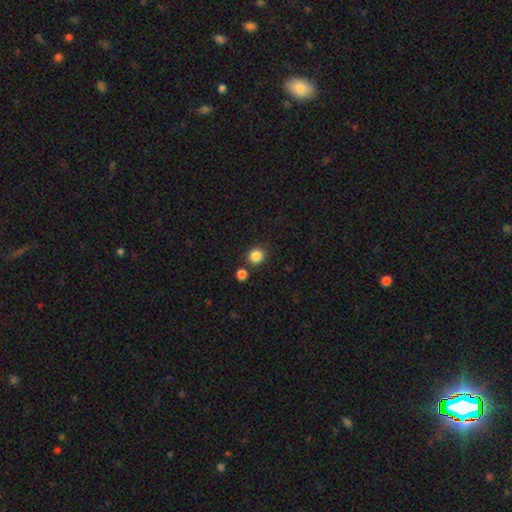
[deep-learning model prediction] A smooth galaxy with no disk features (86%) that is round (84%). Merging: none (80%).